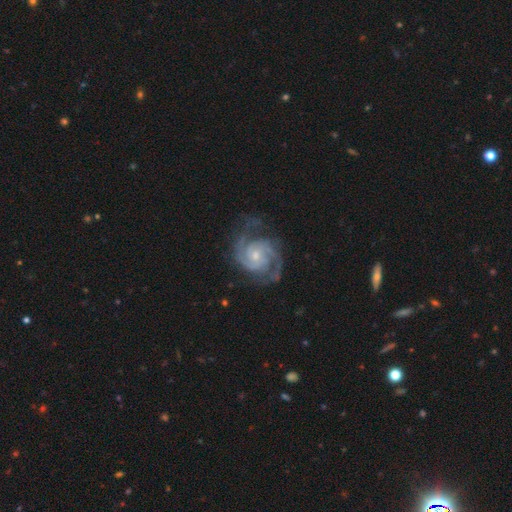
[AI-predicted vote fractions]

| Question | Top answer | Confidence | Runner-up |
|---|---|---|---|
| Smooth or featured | featured or disk | 92% | star or artifact (4%) |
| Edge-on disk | no | 98% | yes (2%) |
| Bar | no | 66% | weak (29%) |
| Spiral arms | yes | 98% | no (2%) |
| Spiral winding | tight | 49% | medium (44%) |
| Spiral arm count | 2 | 64% | 3 (19%) |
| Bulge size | small | 61% | moderate (34%) |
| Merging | none | 71% | minor disturbance (18%) |